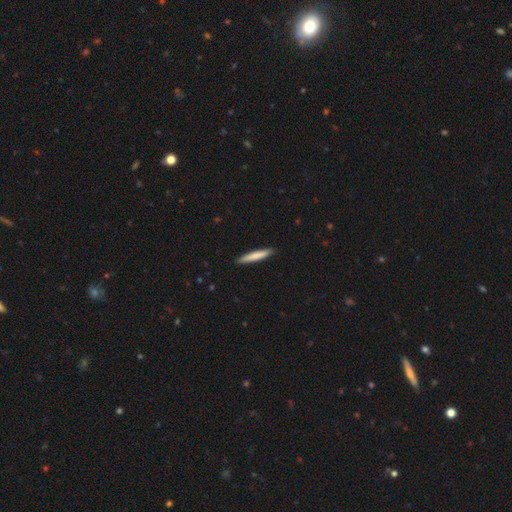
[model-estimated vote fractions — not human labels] smooth-or-featured: smooth: 77% | featured or disk: 18% | star or artifact: 5%
  how-rounded: cigar-shaped: 94% | in between: 5% | round: 1%
  merging: none: 91% | minor disturbance: 6% | major disturbance: 1% | merger: 1%